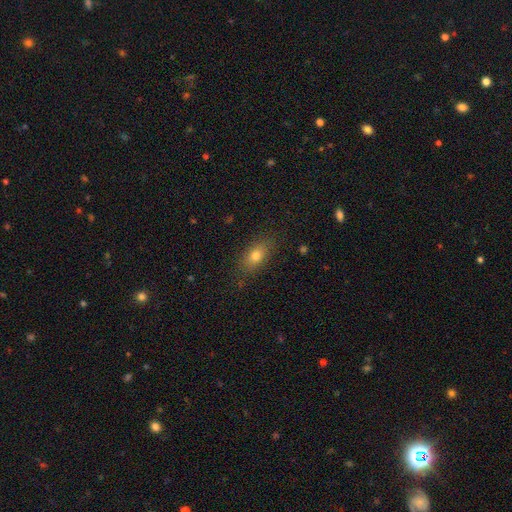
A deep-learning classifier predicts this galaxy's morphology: Overall: smooth (76%). How rounded: in between (82%). Merging: none (82%).